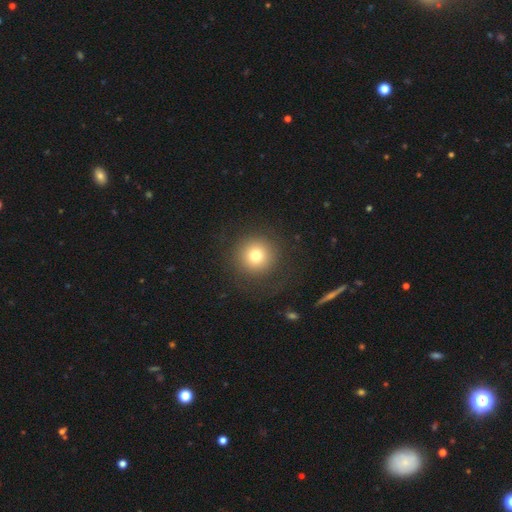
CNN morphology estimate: A smooth galaxy with no disk features (75%) that is round (95%). Merging: none (85%).